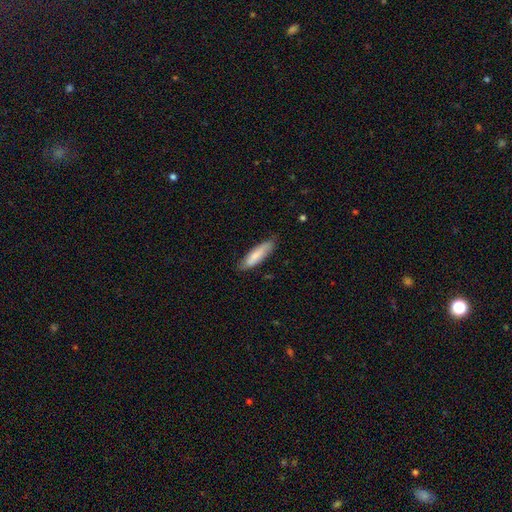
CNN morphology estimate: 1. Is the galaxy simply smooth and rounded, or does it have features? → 80% smooth, 14% featured or disk, 5% star or artifact.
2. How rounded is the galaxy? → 62% cigar-shaped, 37% in between, 1% round.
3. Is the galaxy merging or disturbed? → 78% none, 18% minor disturbance, 3% major disturbance, 1% merger.